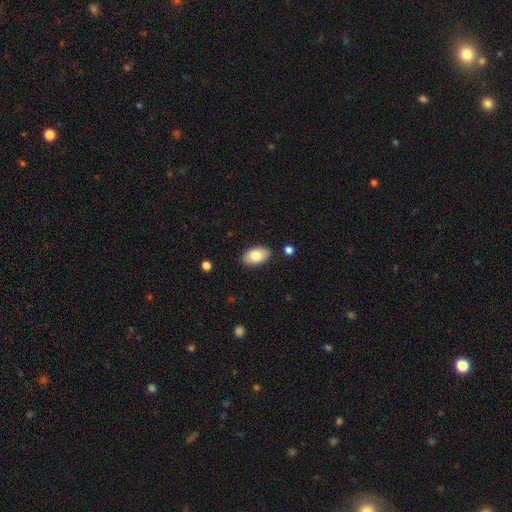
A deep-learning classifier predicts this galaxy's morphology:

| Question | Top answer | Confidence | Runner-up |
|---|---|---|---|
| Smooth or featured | smooth | 81% | featured or disk (12%) |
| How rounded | in between | 94% | round (5%) |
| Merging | none | 87% | minor disturbance (10%) |